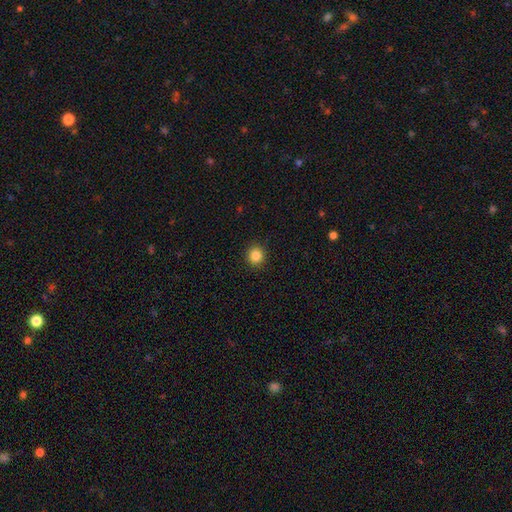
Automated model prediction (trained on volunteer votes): This appears to be a smooth galaxy with no disk features (85%) that is round (92%). Merging: none (92%).